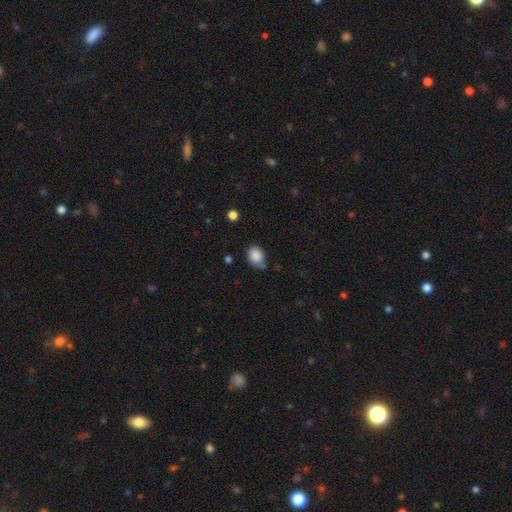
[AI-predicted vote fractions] smooth-or-featured: smooth: 87% | star or artifact: 9% | featured or disk: 4%
  how-rounded: in between: 53% | round: 46% | cigar-shaped: 1%
  merging: none: 63% | minor disturbance: 24% | merger: 7% | major disturbance: 5%